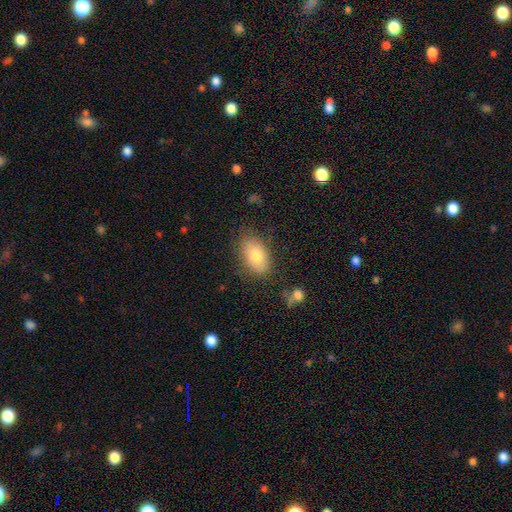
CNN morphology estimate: A smooth galaxy with no disk features (78%) that is in between round and cigar-shaped (91%).

Vote fractions:
- Smooth or featured? smooth: 78% / featured or disk: 14% / star or artifact: 8%
- How rounded? in between: 91% / round: 8% / cigar-shaped: 2%
- Merging? none: 79% / minor disturbance: 15% / major disturbance: 4% / merger: 2%